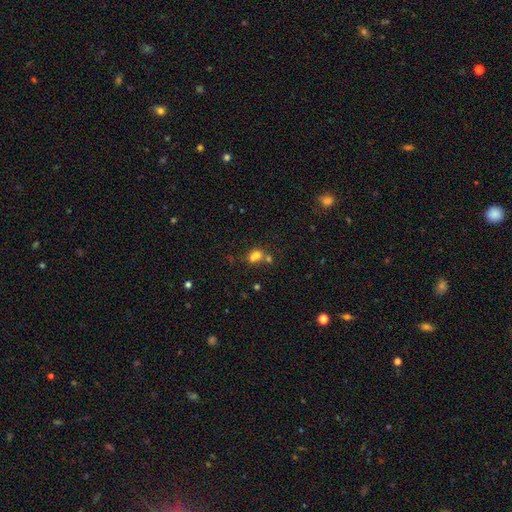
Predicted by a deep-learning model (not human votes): Smooth or featured? Predicted: smooth (p=0.68). How rounded? Predicted: round (p=0.55). Merging? Predicted: merger (p=0.56).